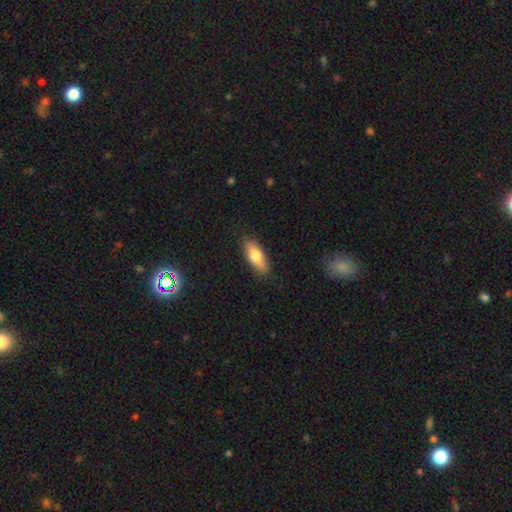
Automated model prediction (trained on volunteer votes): Q: Smooth or featured?
A: smooth (74%); runner-up: featured or disk (20%)
Q: How rounded?
A: in between (73%); runner-up: cigar-shaped (24%)
Q: Merging?
A: none (88%); runner-up: minor disturbance (9%)